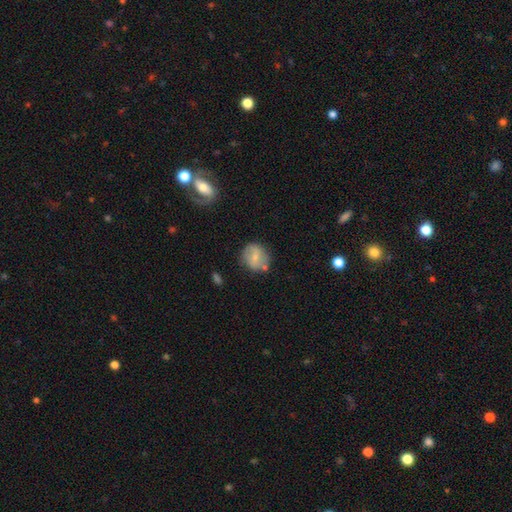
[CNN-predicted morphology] Overall: smooth (63%; featured or disk 28%). How rounded: round (81%). Merging: none (71%).